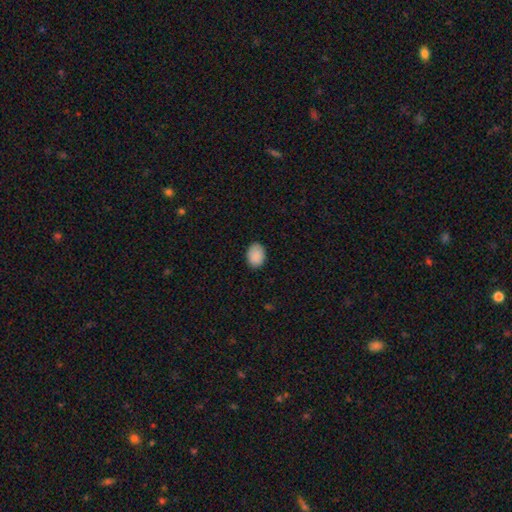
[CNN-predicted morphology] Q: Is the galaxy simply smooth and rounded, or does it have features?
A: smooth — 90%.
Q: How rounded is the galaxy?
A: in between — 75%.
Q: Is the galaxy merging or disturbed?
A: none — 87%.